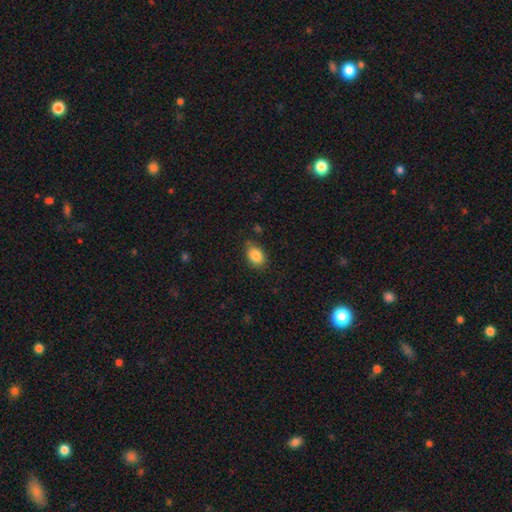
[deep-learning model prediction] Q: Smooth or featured?
A: smooth (86%); runner-up: star or artifact (8%)
Q: How rounded?
A: in between (74%); runner-up: round (25%)
Q: Merging?
A: none (77%); runner-up: minor disturbance (18%)